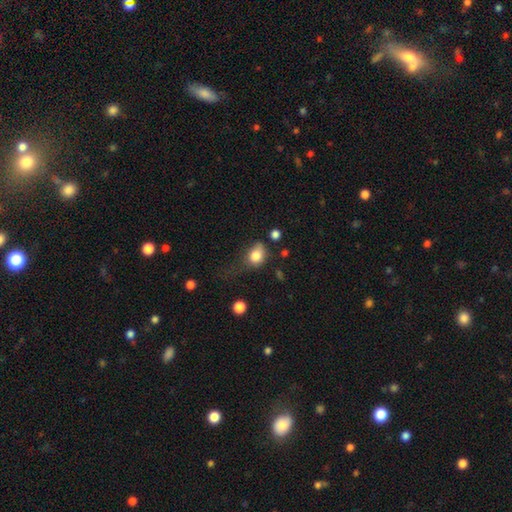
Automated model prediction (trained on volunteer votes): This appears to be a smooth galaxy with no disk features (81%) that is in between round and cigar-shaped (52%). Merging: minor disturbance (34%, tied with none).